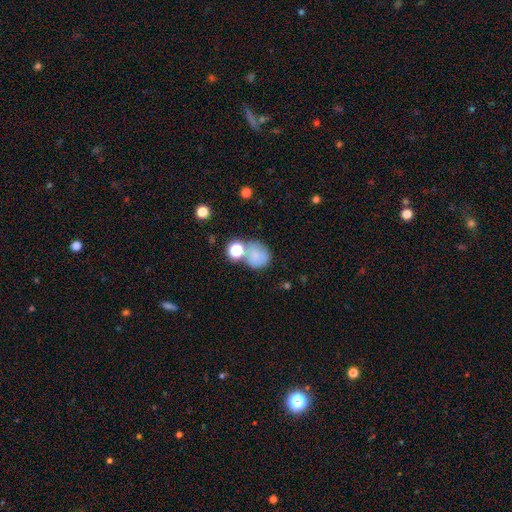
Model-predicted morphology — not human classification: type=smooth (75%); roundness=round (71%); merging=none (43%).